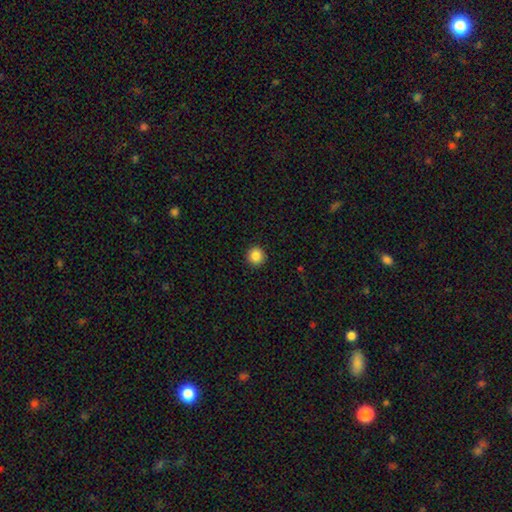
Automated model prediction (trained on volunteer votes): This is clearly a smooth galaxy (86%). How rounded: clearly round (95%). Merging: clearly none (93%).